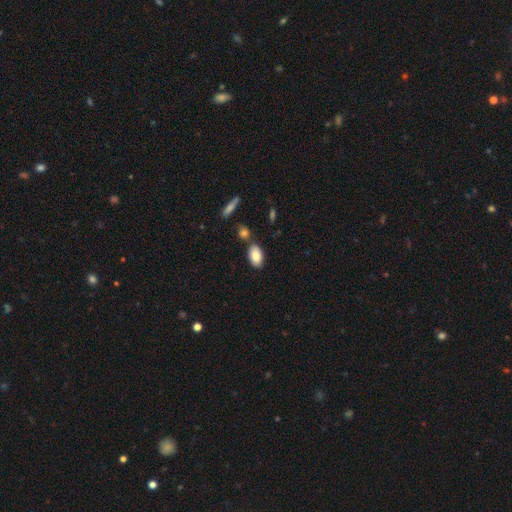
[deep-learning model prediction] Smooth or featured: smooth — 84% (featured or disk — 10%)
How rounded: in between — 93% (round — 4%)
Merging: none — 77% (minor disturbance — 11%)